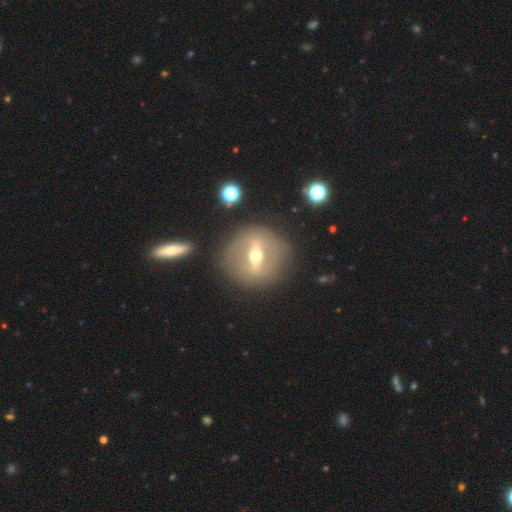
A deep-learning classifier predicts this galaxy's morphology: Smooth or featured? Predicted: featured or disk (p=0.76). Edge-on disk? Predicted: no (p=0.67). Bar? Predicted: strong (p=0.72). Spiral arms? Predicted: no (p=0.77). Bulge size? Predicted: moderate (p=0.68). Merging? Predicted: none (p=0.82).